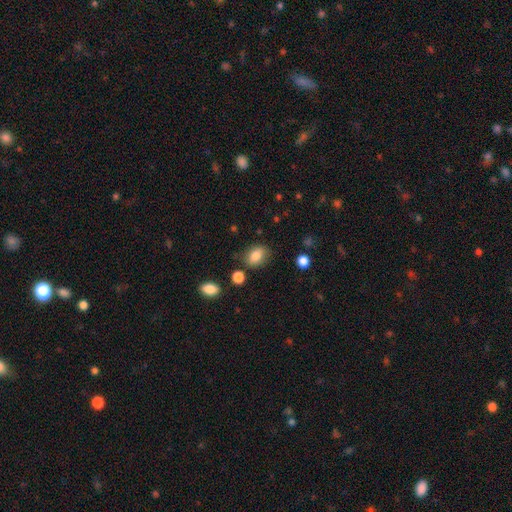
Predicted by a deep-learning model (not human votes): Smooth or featured?
  - smooth: 82% *
  - featured or disk: 9%
  - star or artifact: 9%
How rounded?
  - in between: 78% *
  - round: 21%
  - cigar-shaped: 2%
Merging?
  - none: 77% *
  - minor disturbance: 15%
  - major disturbance: 4%
  - merger: 4%